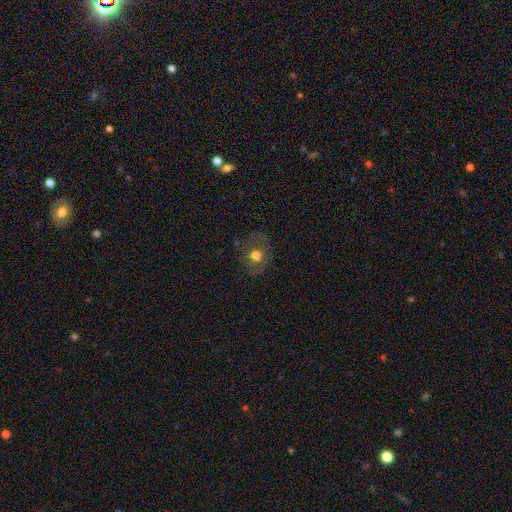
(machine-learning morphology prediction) This is likely a smooth galaxy (61%). How rounded: likely round (72%). Merging: likely none (74%).